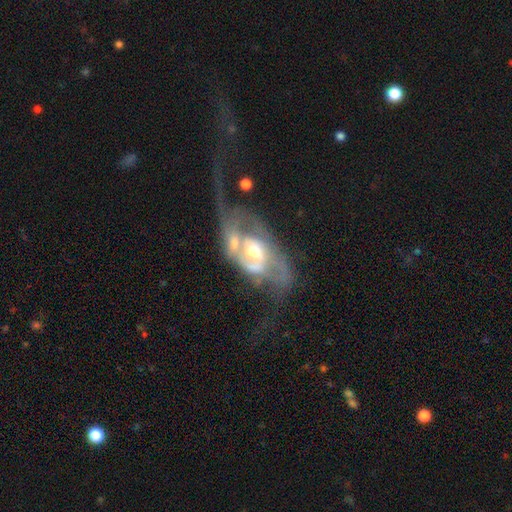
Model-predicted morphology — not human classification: smooth_or_featured: featured or disk (p=0.82) [alt: smooth p=0.12]
disk_edge_on: no (p=0.95) [alt: yes p=0.05]
bar: no (p=0.58) [alt: weak p=0.30]
has_spiral_arms: yes (p=0.82) [alt: no p=0.18]
spiral_winding: medium (p=0.39) [alt: loose p=0.37]
spiral_arm_count: 2 (p=0.64) [alt: can't tell p=0.19]
bulge_size: moderate (p=0.69) [alt: large p=0.15]
merging: merger (p=0.36) [alt: major disturbance p=0.34]